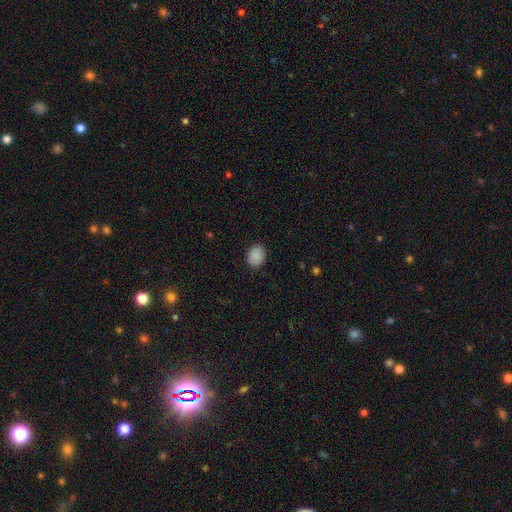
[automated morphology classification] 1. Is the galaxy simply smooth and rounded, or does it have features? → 89% smooth, 8% star or artifact, 4% featured or disk.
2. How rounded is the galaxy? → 53% round, 46% in between, 1% cigar-shaped.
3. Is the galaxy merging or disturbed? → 88% none, 9% minor disturbance, 2% major disturbance, 1% merger.